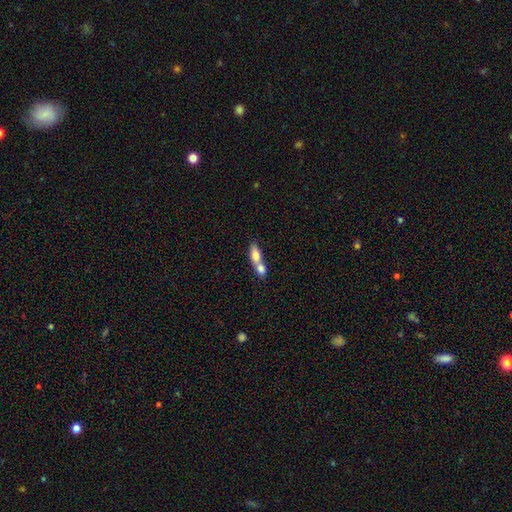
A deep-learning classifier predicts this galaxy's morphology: Overall: smooth (73%). How rounded: in between (71%). Merging: merger (74%).